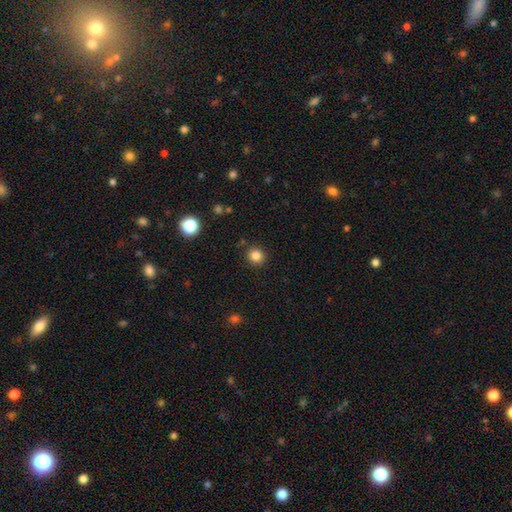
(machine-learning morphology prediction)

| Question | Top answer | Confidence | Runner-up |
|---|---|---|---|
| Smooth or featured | smooth | 83% | star or artifact (12%) |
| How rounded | round | 91% | in between (8%) |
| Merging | none | 89% | minor disturbance (7%) |